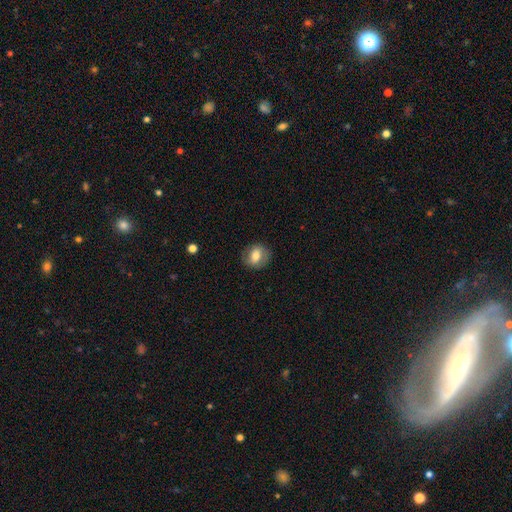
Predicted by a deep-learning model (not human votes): smooth_or_featured: smooth (p=0.67) [alt: featured or disk p=0.25]
how_rounded: round (p=0.67) [alt: in between p=0.32]
merging: none (p=0.84) [alt: minor disturbance p=0.11]